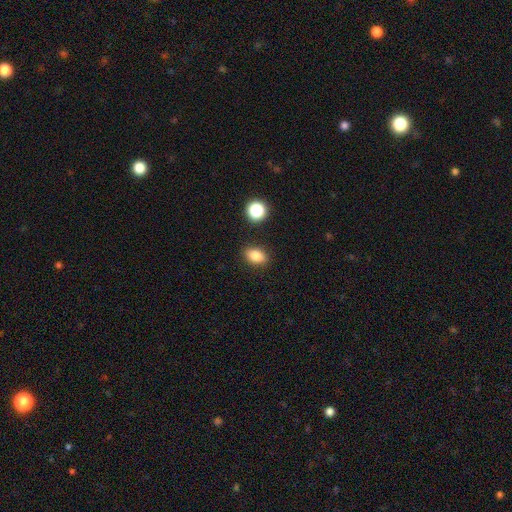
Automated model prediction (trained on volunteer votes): smooth 84%, star or artifact 10%, featured or disk 6%. Down the decision tree: how rounded — in between (82%); merging — none (86%).